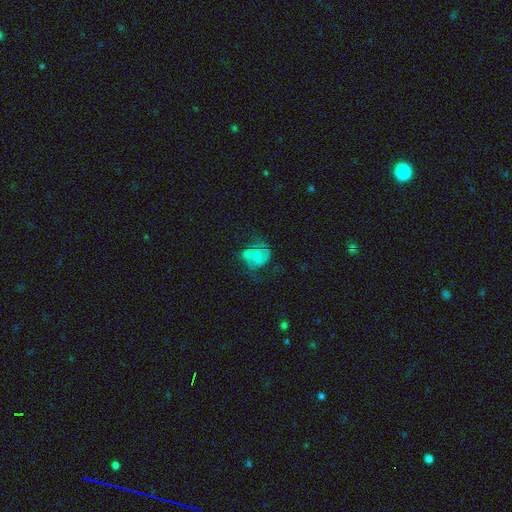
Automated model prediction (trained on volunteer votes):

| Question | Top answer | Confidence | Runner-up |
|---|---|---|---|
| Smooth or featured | featured or disk | 53% | smooth (36%) |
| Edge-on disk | no | 98% | yes (2%) |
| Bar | no | 73% | weak (22%) |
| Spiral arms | yes | 68% | no (32%) |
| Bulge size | small | 39% | moderate (37%) |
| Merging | none | 32% | merger (27%) |